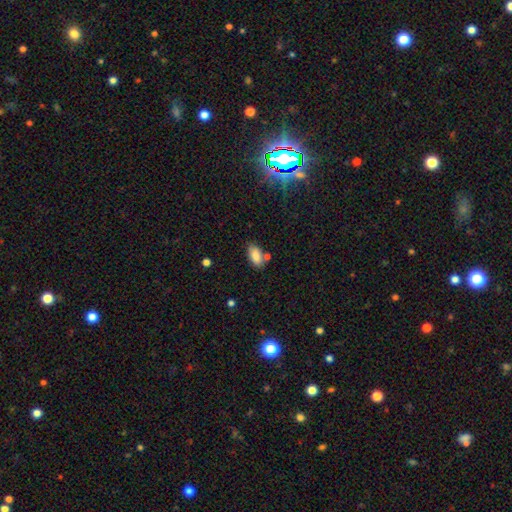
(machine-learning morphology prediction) Smooth or featured?
  - smooth: 85% *
  - star or artifact: 8%
  - featured or disk: 7%
How rounded?
  - in between: 91% *
  - cigar-shaped: 6%
  - round: 3%
Merging?
  - none: 67% *
  - minor disturbance: 16%
  - merger: 14%
  - major disturbance: 4%